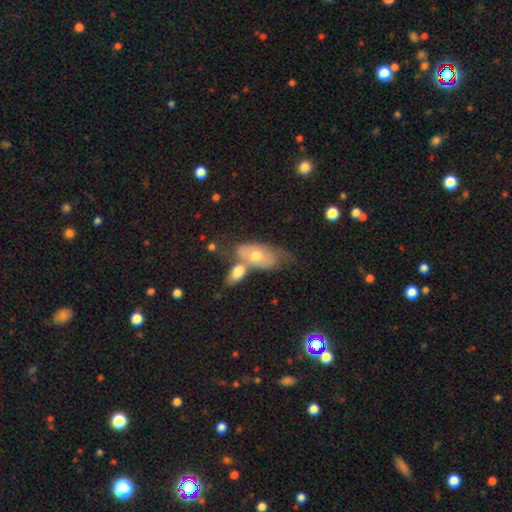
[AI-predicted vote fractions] smooth_or_featured: smooth (p=0.55) [alt: featured or disk p=0.37]
how_rounded: in between (p=0.86) [alt: cigar-shaped p=0.08]
merging: merger (p=0.43) [alt: none p=0.32]